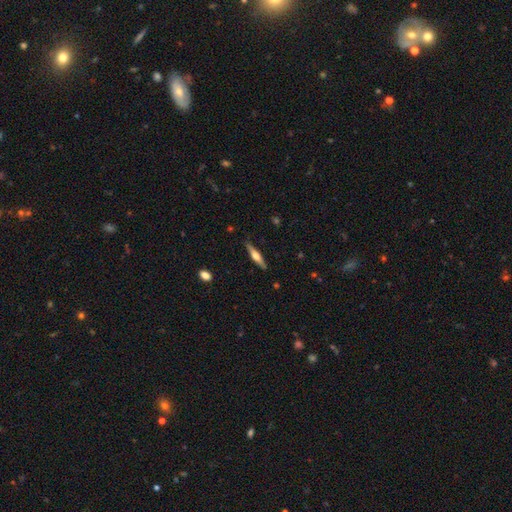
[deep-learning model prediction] A featured or disk galaxy (62%) viewed edge-on (97%) with a rounded central bulge (90%). Merging: none (88%).